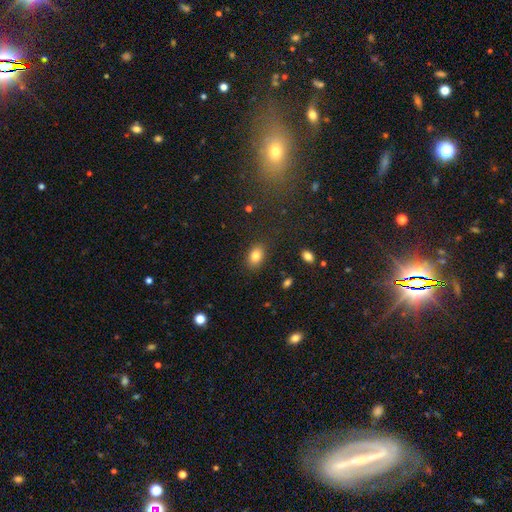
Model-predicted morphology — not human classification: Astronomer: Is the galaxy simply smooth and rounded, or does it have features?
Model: smooth — 82%.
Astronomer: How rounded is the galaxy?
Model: in between — 82%.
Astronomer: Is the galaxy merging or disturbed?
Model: none — 85%.